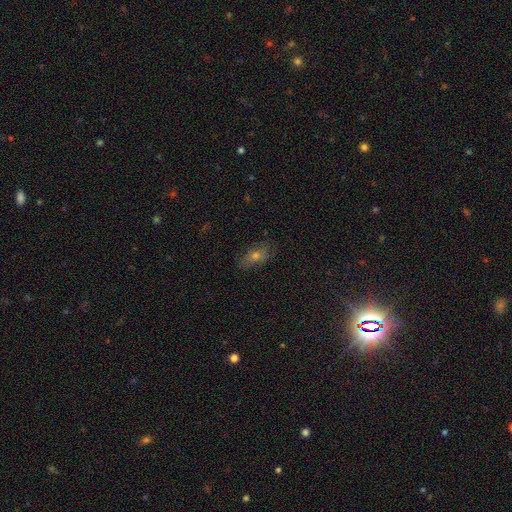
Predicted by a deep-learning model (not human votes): Smooth or featured?
  - smooth: 51% *
  - featured or disk: 27%
  - star or artifact: 22%
How rounded?
  - in between: 76% *
  - round: 13%
  - cigar-shaped: 12%
Merging?
  - none: 78% *
  - minor disturbance: 16%
  - major disturbance: 4%
  - merger: 1%